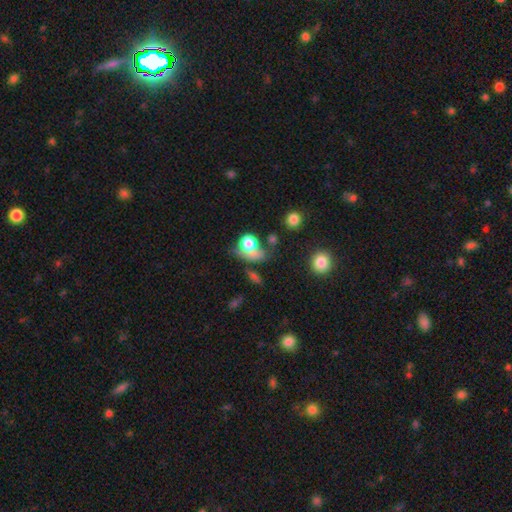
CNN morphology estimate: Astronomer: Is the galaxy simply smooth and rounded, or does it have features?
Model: smooth — 66%.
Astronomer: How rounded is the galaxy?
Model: round — 51% (runner-up: in between, 46%).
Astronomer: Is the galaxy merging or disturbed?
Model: none — 30% (runner-up: major disturbance, 26%).